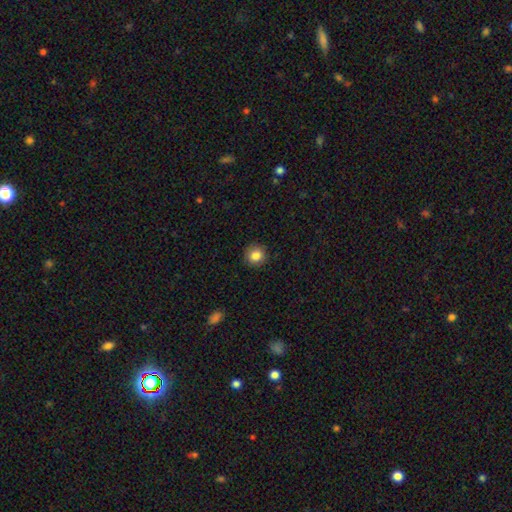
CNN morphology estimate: Smooth or featured? smooth (84%)
How rounded? round (91%)
Merging? none (90%)